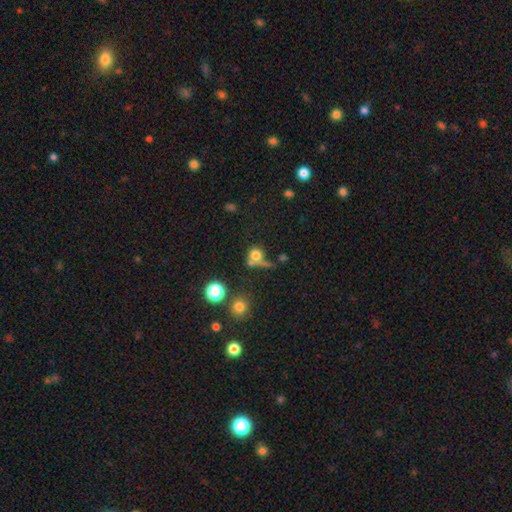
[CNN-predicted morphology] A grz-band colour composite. It shows a smooth galaxy with no disk features (74%) that is round (86%). Merging: none (43%).